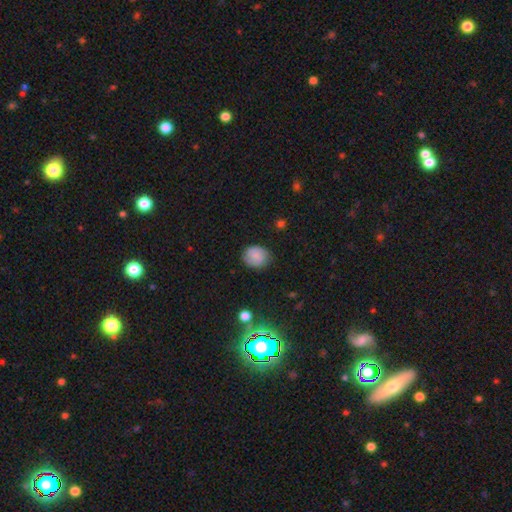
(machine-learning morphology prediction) type=smooth (72%); roundness=round (70%); merging=none (81%).